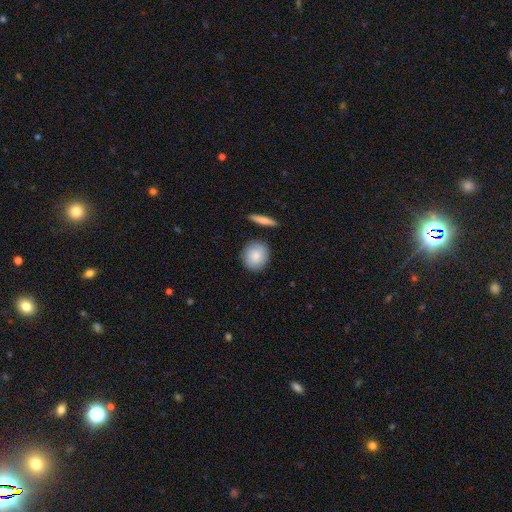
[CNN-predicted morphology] Overall: smooth (85%). How rounded: round (80%). Merging: none (84%).